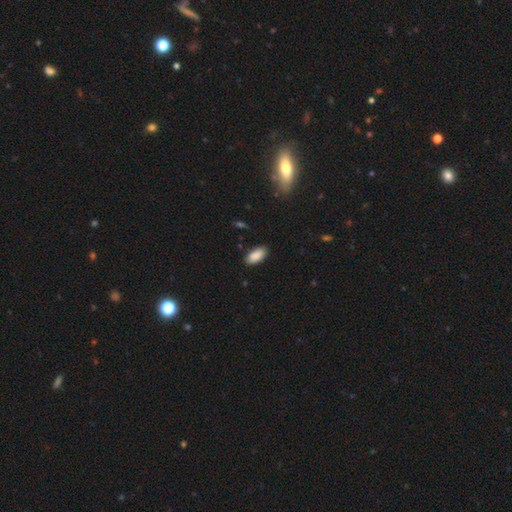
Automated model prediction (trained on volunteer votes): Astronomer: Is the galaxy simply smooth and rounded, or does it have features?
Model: smooth — 89%.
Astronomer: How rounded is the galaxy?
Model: in between — 92%.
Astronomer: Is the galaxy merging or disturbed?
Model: none — 87%.